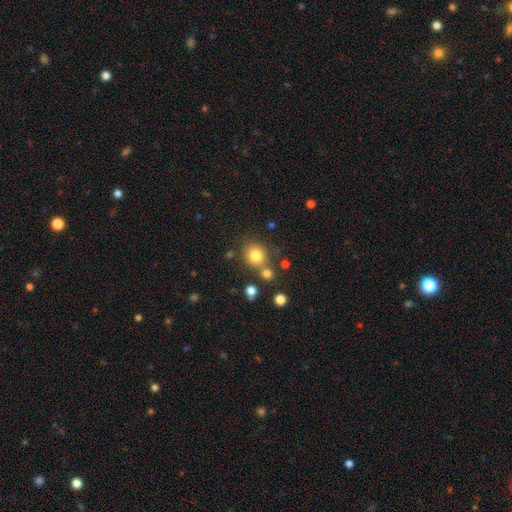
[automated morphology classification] A smooth galaxy with no disk features (80%) that is round (86%). Merging: none (71%).